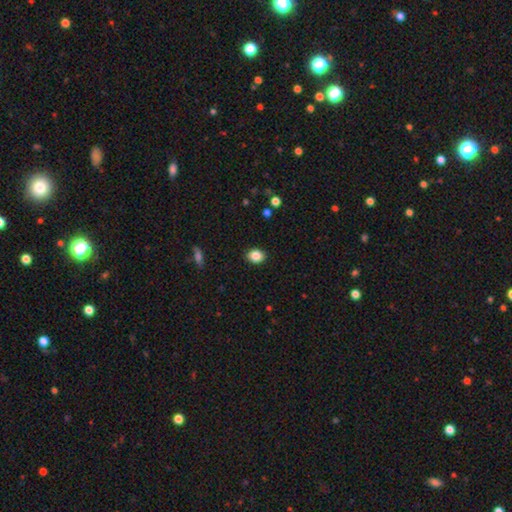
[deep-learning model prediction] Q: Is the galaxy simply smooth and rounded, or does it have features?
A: smooth — 86%.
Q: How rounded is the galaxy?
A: round — 57%.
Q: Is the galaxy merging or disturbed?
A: none — 90%.